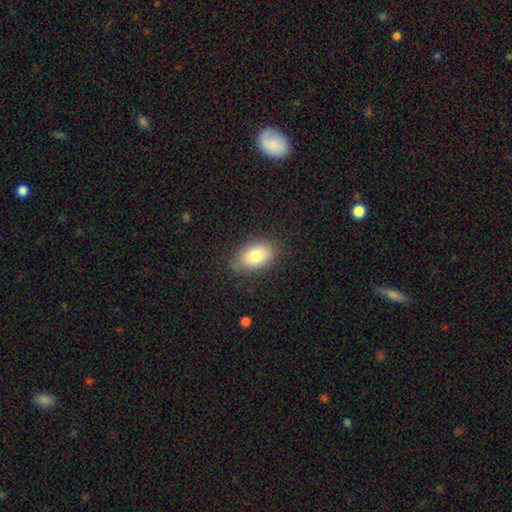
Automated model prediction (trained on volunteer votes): This is clearly a smooth galaxy (81%). How rounded: clearly in between (90%). Merging: likely none (80%).